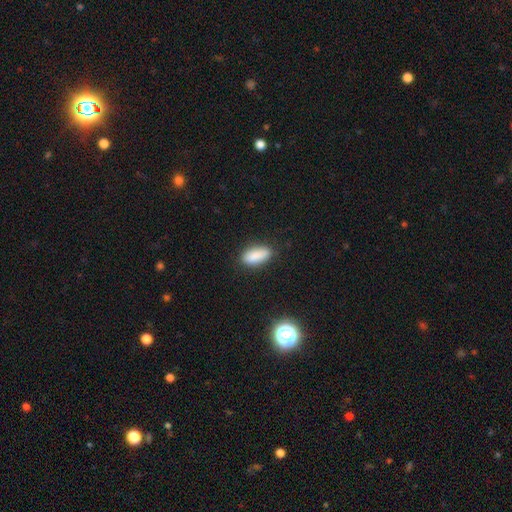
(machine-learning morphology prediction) smooth_or_featured: smooth (p=0.87) [alt: star or artifact p=0.08]
how_rounded: in between (p=0.84) [alt: cigar-shaped p=0.13]
merging: none (p=0.84) [alt: minor disturbance p=0.12]